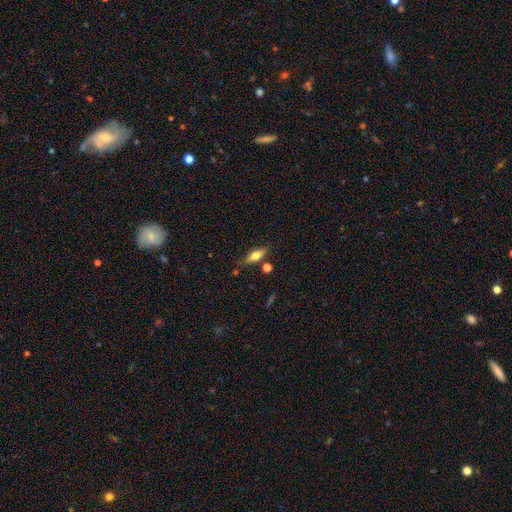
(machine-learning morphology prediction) Overall: smooth (61%; featured or disk 31%). How rounded: in between (59%; cigar-shaped 38%). Merging: none (76%).